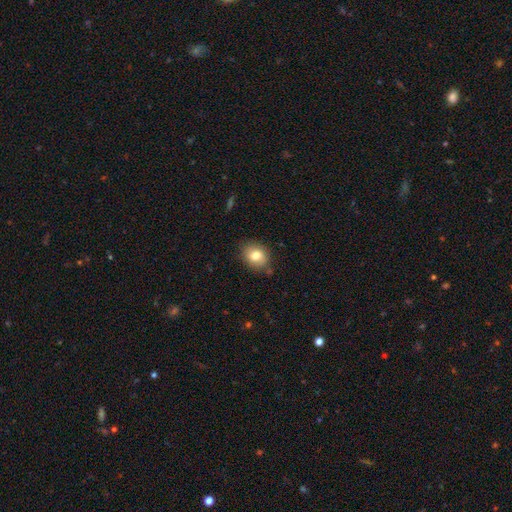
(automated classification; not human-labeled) Smooth or featured? Predicted: smooth (p=0.80). How rounded? Predicted: round (p=0.58). Merging? Predicted: none (p=0.83).